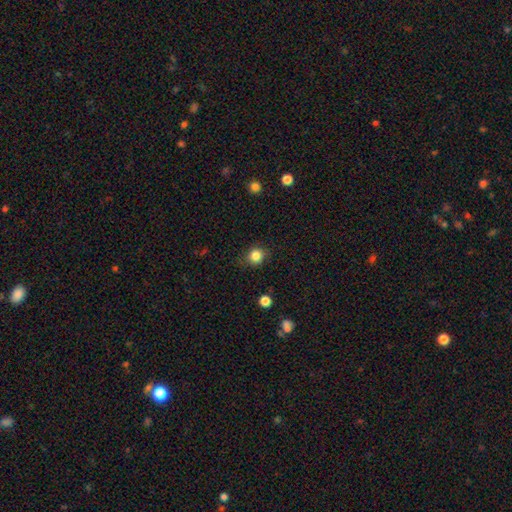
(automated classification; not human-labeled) A smooth galaxy with no disk features (84%) that is round (87%).

Vote fractions:
- Smooth or featured? smooth: 84% / star or artifact: 11% / featured or disk: 5%
- How rounded? round: 87% / in between: 12% / cigar-shaped: 1%
- Merging? none: 86% / minor disturbance: 10% / major disturbance: 3% / merger: 1%